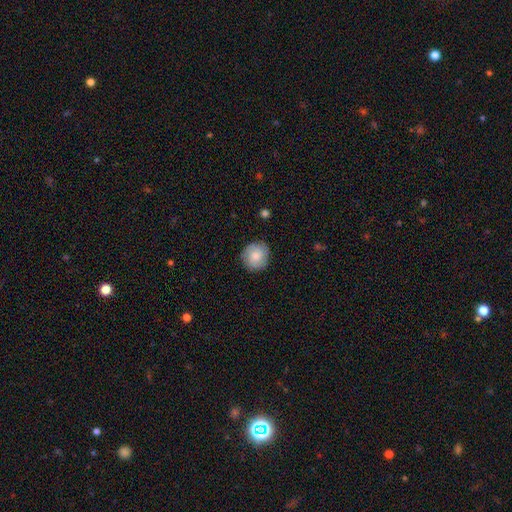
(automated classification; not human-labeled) Morphology: type=smooth (65%); roundness=round (88%); merging=none (86%).